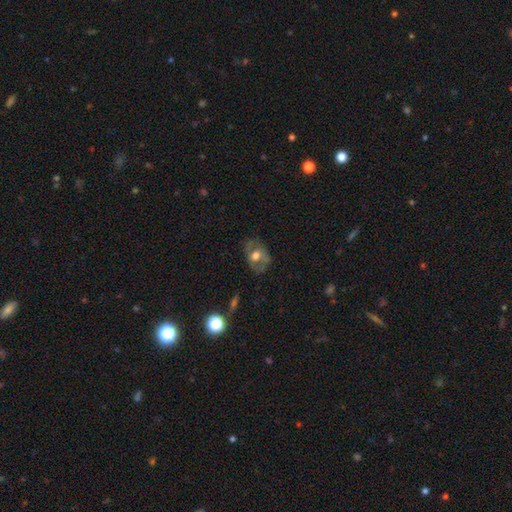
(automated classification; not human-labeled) A smooth galaxy with no disk features (47%).

Vote fractions:
- Smooth or featured? smooth: 47% / featured or disk: 44% / star or artifact: 8%
- Merging? none: 69% / minor disturbance: 21% / major disturbance: 8% / merger: 2%